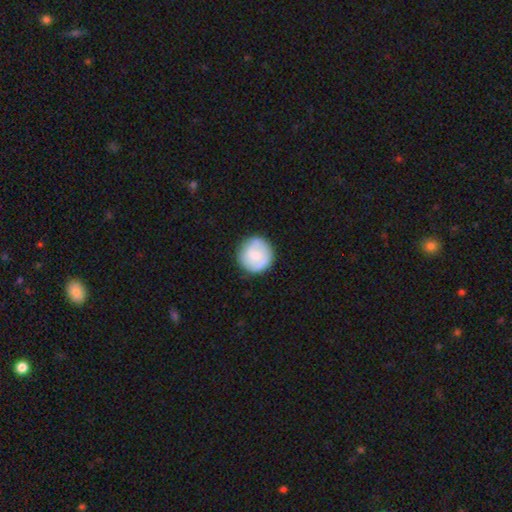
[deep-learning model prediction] smooth-or-featured: smooth: 61% | featured or disk: 34% | star or artifact: 6%
  how-rounded: round: 95% | in between: 4% | cigar-shaped: 1%
  merging: none: 83% | minor disturbance: 12% | major disturbance: 3% | merger: 1%